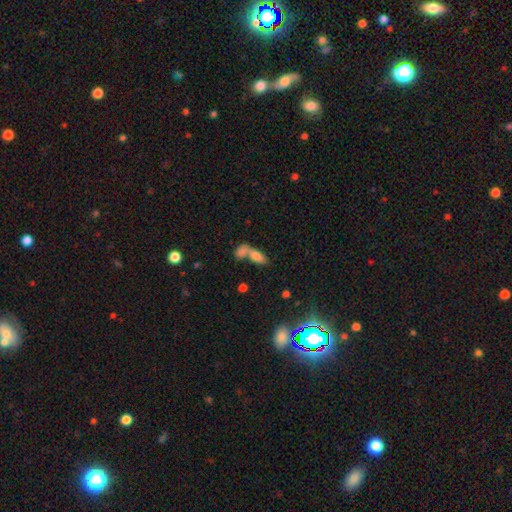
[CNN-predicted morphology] A smooth galaxy with no disk features (74%) that is in between round and cigar-shaped (78%). Merging: merger (65%).